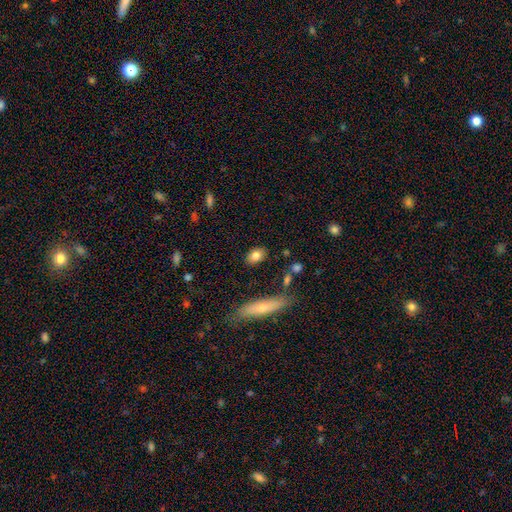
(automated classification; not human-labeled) Smooth or featured: smooth — 80% (featured or disk — 12%)
How rounded: in between — 80% (round — 16%)
Merging: none — 84% (minor disturbance — 10%)